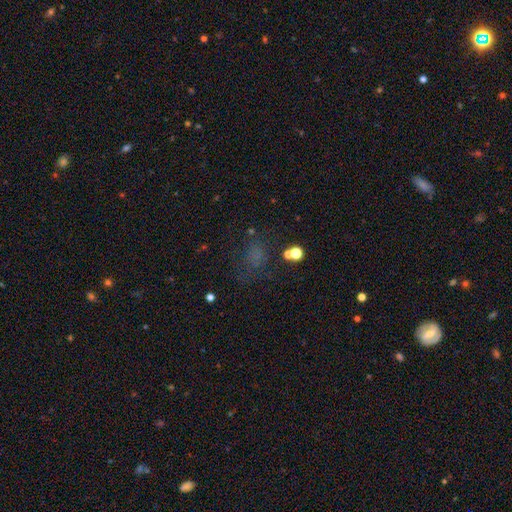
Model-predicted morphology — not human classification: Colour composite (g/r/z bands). It shows a smooth galaxy with no disk features (51%) that is round (52%). Merging: none (60%).